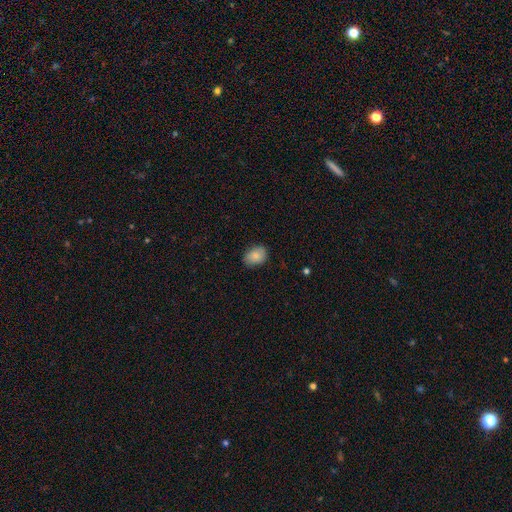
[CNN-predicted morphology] type=smooth (86%); roundness=in between (73%); merging=none (83%).